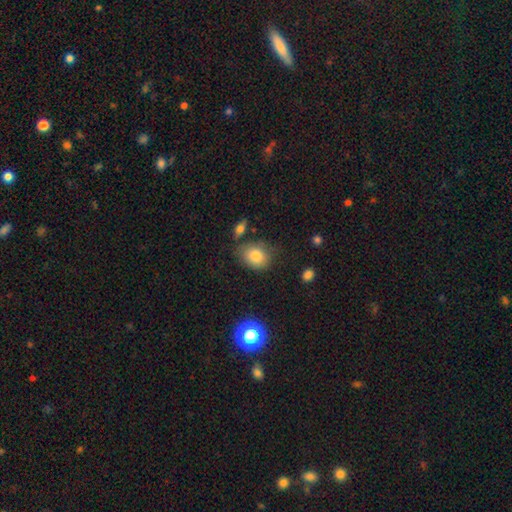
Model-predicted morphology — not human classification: smooth-or-featured: smooth: 80% | star or artifact: 10% | featured or disk: 10%
  how-rounded: in between: 54% | round: 45% | cigar-shaped: 1%
  merging: none: 66% | minor disturbance: 22% | merger: 6% | major disturbance: 6%